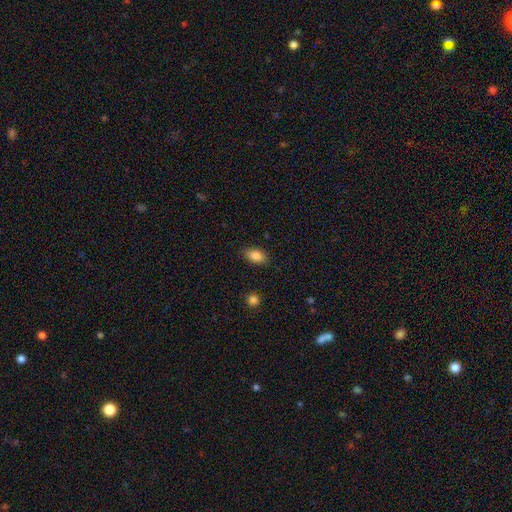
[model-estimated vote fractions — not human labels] This appears to be a smooth galaxy with no disk features (86%) that is in between round and cigar-shaped (90%). Merging: none (86%).